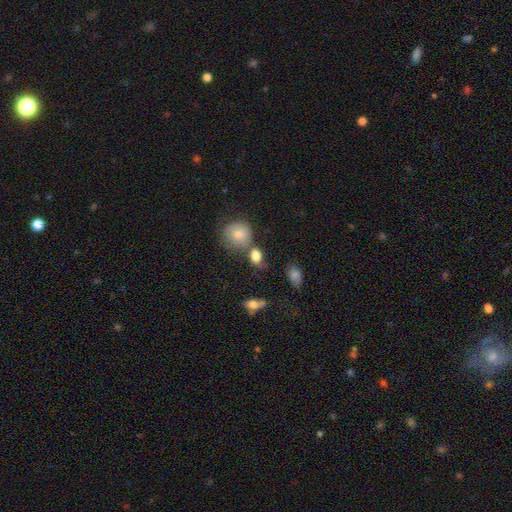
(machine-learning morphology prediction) A smooth galaxy with no disk features (76%) that is in between round and cigar-shaped (51%). Merging: none (49%).